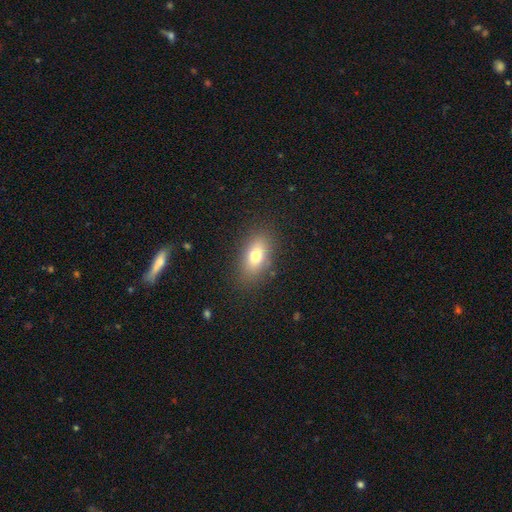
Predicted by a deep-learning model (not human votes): smooth-or-featured: smooth: 75% | featured or disk: 15% | star or artifact: 10%
  how-rounded: in between: 84% | round: 10% | cigar-shaped: 6%
  merging: none: 85% | minor disturbance: 10% | major disturbance: 4% | merger: 1%